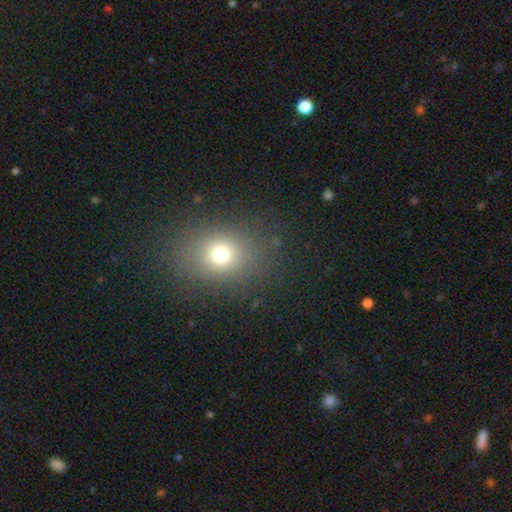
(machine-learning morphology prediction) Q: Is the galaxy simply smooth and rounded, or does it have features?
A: smooth — 69%.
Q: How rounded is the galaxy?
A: in between — 51%.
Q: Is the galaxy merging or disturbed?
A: none — 89%.